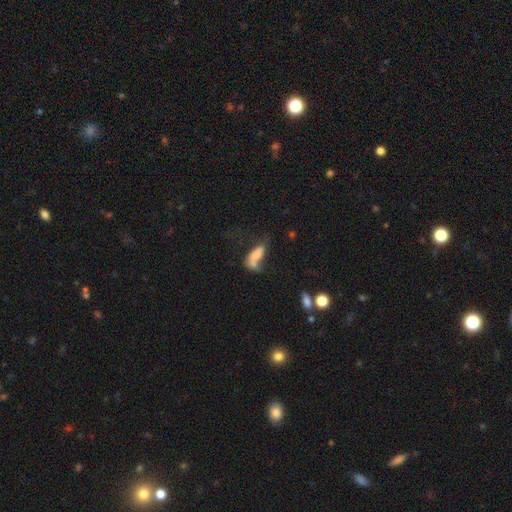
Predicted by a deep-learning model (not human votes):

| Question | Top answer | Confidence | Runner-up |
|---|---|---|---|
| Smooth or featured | smooth | 66% | featured or disk (23%) |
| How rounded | in between | 80% | cigar-shaped (16%) |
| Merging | merger | 32% | major disturbance (28%) |